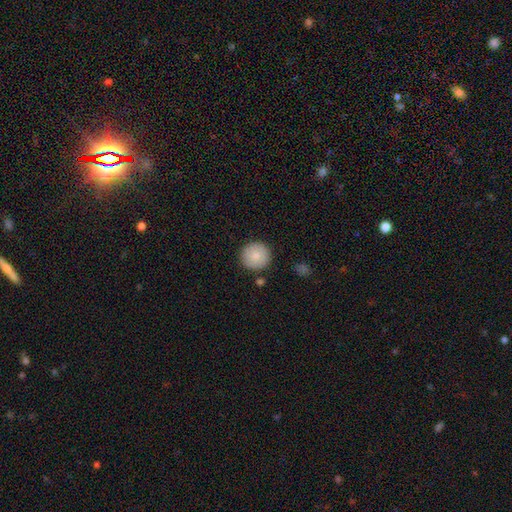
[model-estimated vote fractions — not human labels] This appears to be a smooth galaxy with no disk features (84%) that is round (95%). Merging: none (88%).